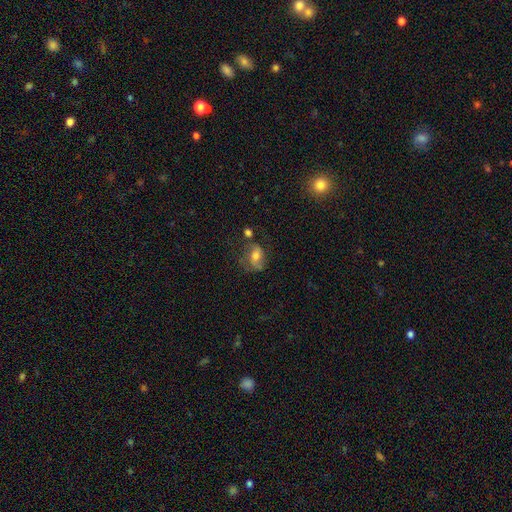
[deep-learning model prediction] smooth 46%, featured or disk 42%, star or artifact 12%. Down the decision tree: merging — none (44%).